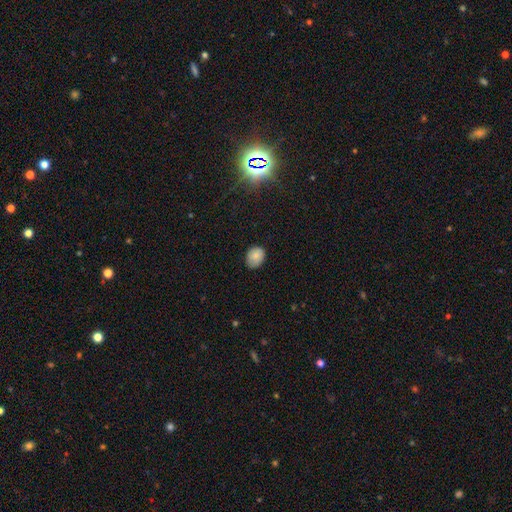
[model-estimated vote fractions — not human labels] This is clearly a smooth galaxy (81%). How rounded: possibly round (52%). Merging: likely none (72%).